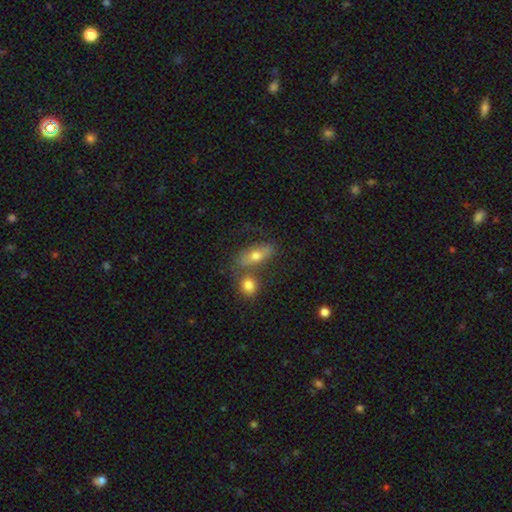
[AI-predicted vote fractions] This is likely a smooth galaxy (62%). How rounded: likely in between (71%). Merging: possibly none (50%).